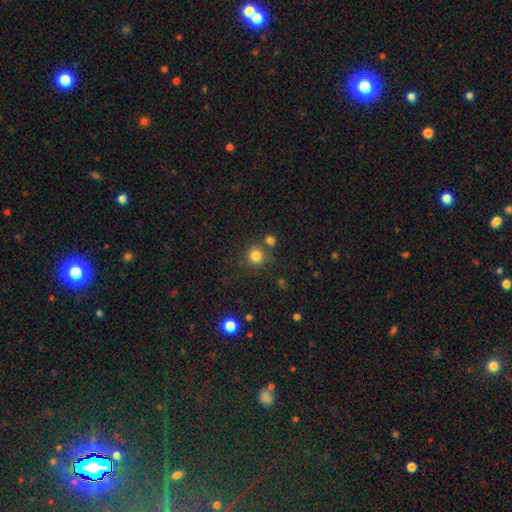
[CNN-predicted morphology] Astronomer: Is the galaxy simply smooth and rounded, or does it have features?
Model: smooth — 81%.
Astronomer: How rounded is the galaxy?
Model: round — 93%.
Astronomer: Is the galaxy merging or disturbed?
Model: none — 75%.